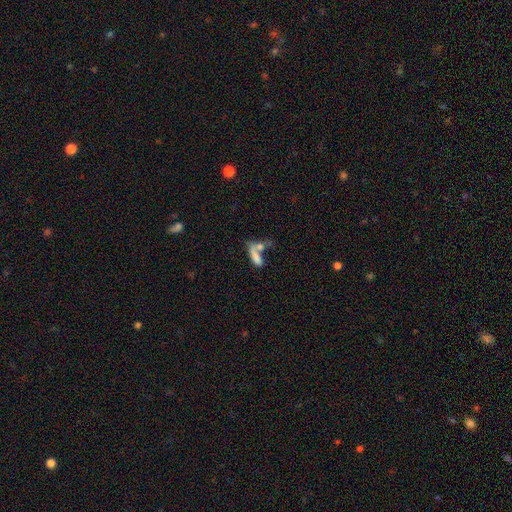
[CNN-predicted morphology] smooth_or_featured: smooth (p=0.70) [alt: featured or disk p=0.19]
how_rounded: in between (p=0.54) [alt: cigar-shaped p=0.42]
merging: merger (p=0.53) [alt: none p=0.26]